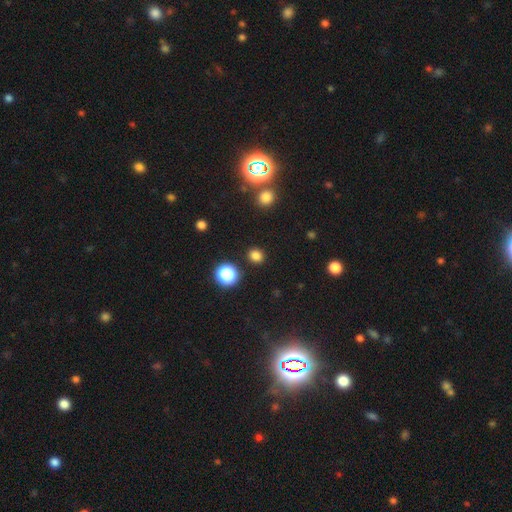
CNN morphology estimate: Smooth or featured?
  - smooth: 80% *
  - star or artifact: 16%
  - featured or disk: 4%
How rounded?
  - round: 79% *
  - in between: 20%
  - cigar-shaped: 1%
Merging?
  - none: 89% *
  - minor disturbance: 6%
  - major disturbance: 2%
  - merger: 2%